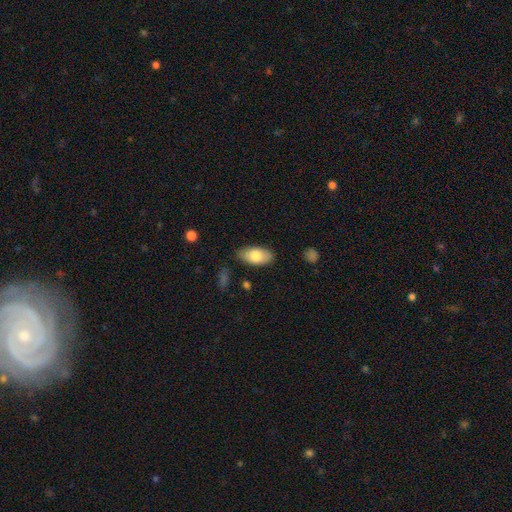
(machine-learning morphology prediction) smooth 80%, featured or disk 14%, star or artifact 6%. Down the decision tree: how rounded — in between (93%); merging — none (84%).